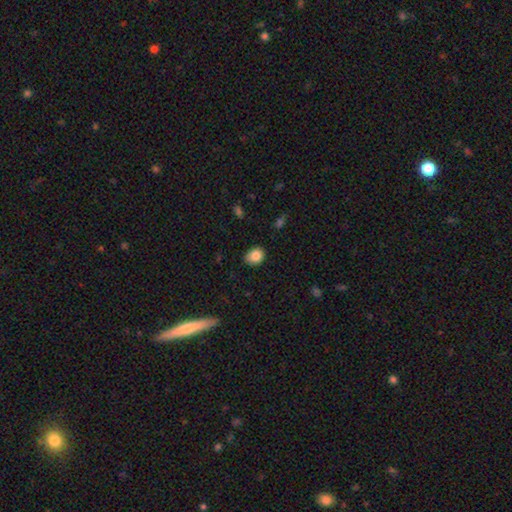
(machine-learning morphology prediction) smooth 86%, star or artifact 9%, featured or disk 5%. Down the decision tree: how rounded — round (51%); merging — none (75%).